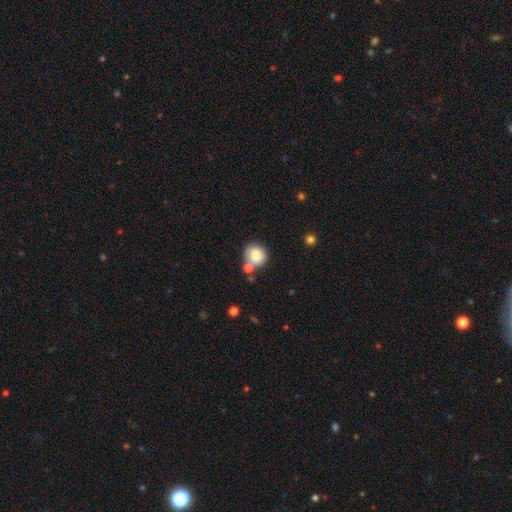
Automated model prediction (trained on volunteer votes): Smooth or featured: smooth — 82% (featured or disk — 10%)
How rounded: round — 81% (in between — 18%)
Merging: none — 55% (merger — 26%)